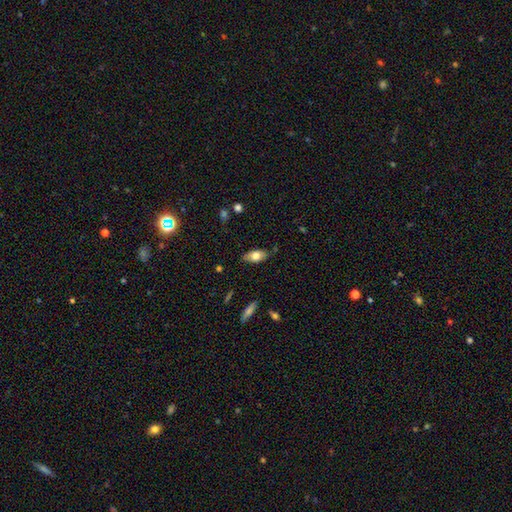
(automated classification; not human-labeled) A smooth galaxy with no disk features (72%) that is in between round and cigar-shaped (88%).

Vote fractions:
- Smooth or featured? smooth: 72% / featured or disk: 22% / star or artifact: 7%
- How rounded? in between: 88% / cigar-shaped: 8% / round: 3%
- Merging? none: 82% / minor disturbance: 14% / major disturbance: 2% / merger: 1%